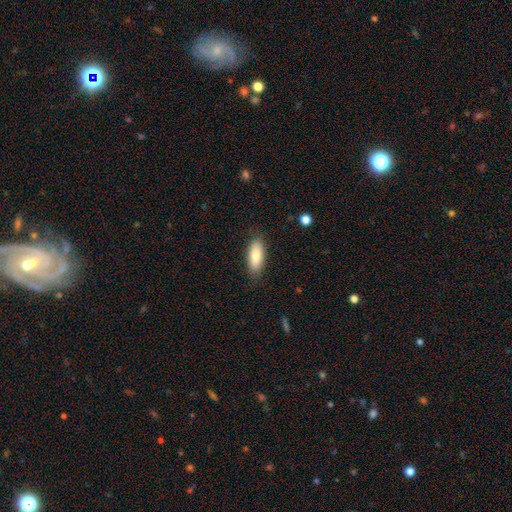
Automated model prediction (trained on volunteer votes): This appears to be a smooth galaxy with no disk features (81%) that is in between round and cigar-shaped (78%). Merging: none (85%).